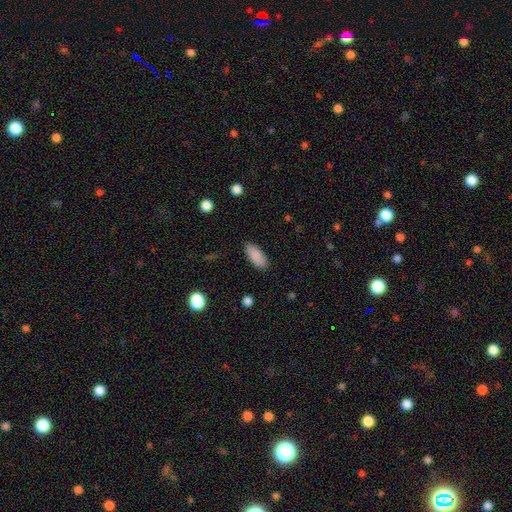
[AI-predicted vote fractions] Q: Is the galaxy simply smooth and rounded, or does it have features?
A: smooth — 89%.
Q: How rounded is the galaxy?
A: in between — 85%.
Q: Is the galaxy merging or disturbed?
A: none — 87%.